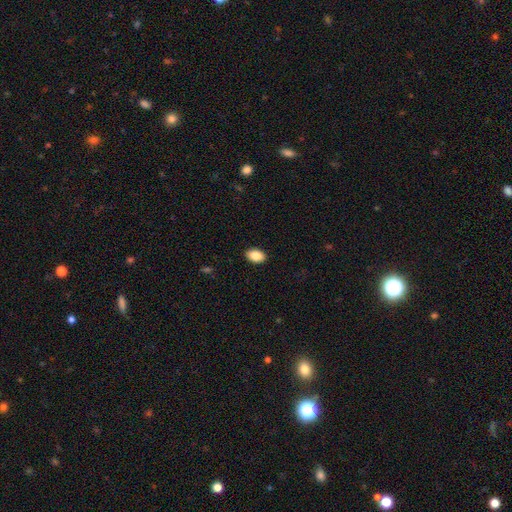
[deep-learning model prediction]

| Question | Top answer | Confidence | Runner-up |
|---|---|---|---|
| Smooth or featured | smooth | 87% | star or artifact (8%) |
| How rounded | in between | 88% | round (11%) |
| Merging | none | 90% | minor disturbance (7%) |